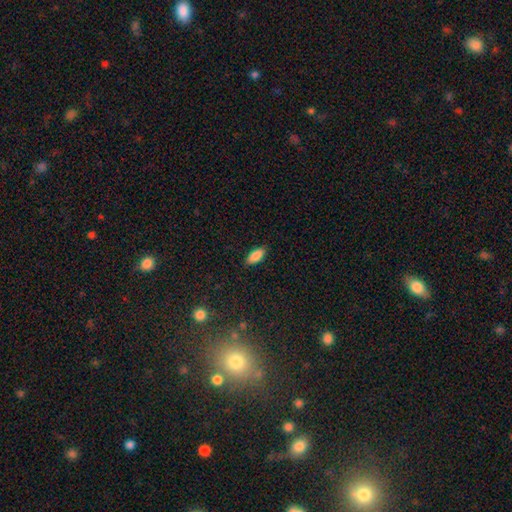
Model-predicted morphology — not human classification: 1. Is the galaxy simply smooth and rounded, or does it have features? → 87% smooth, 7% star or artifact, 6% featured or disk.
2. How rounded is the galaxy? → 85% in between, 13% cigar-shaped, 2% round.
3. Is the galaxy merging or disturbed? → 87% none, 10% minor disturbance, 2% major disturbance, 1% merger.